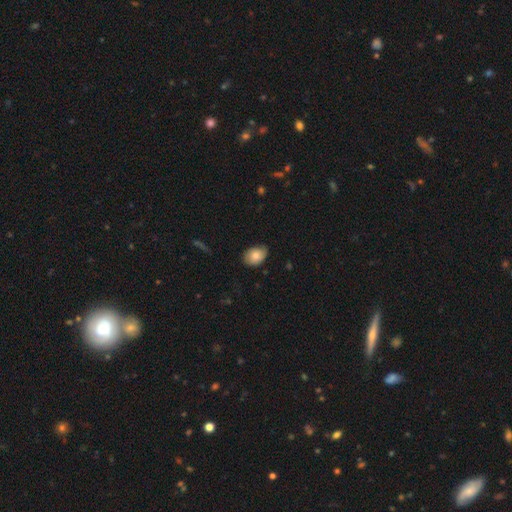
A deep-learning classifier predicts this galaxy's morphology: type=smooth (77%); roundness=in between (78%); merging=none (70%).